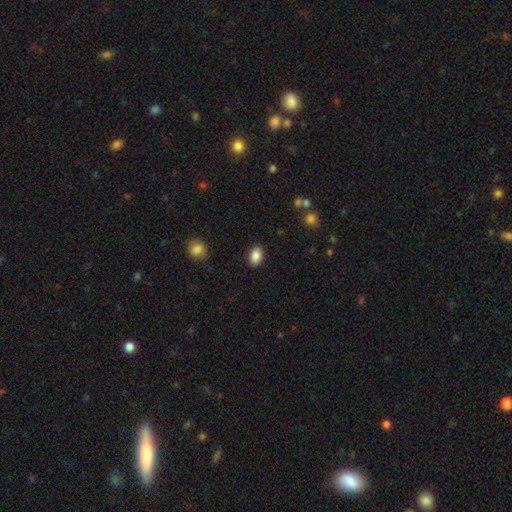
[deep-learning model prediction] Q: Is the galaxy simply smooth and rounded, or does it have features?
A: smooth — 87%.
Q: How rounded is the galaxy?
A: in between — 85%.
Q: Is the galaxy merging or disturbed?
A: none — 88%.